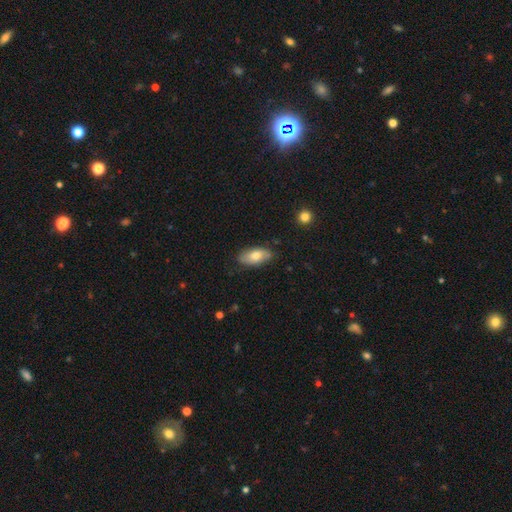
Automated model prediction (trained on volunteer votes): smooth 72%, featured or disk 22%, star or artifact 6%. Down the decision tree: how rounded — in between (91%); merging — none (80%).